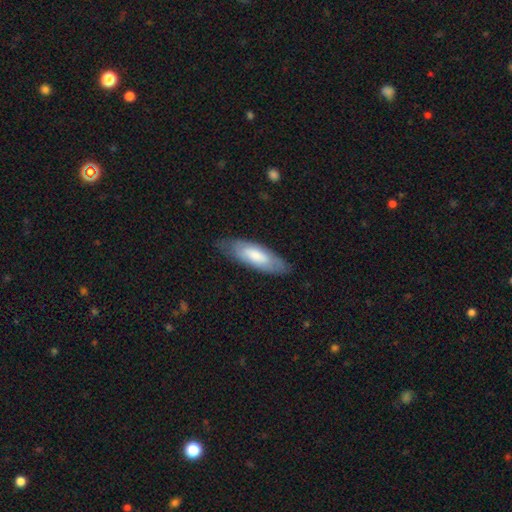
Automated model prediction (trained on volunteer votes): Morphology: type=smooth (69%); roundness=in between (63%); merging=none (74%).